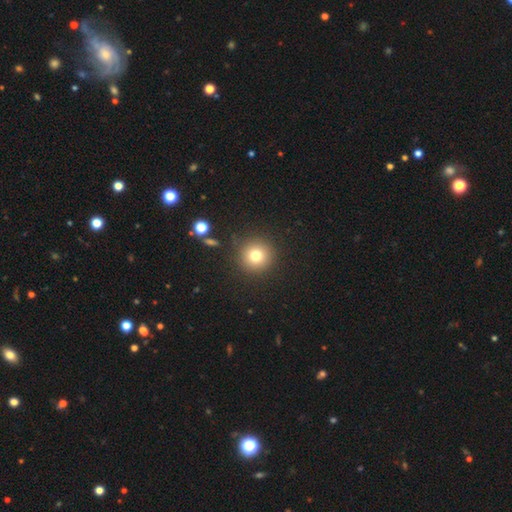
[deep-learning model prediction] Morphology: type=smooth (77%); roundness=round (95%); merging=none (89%).